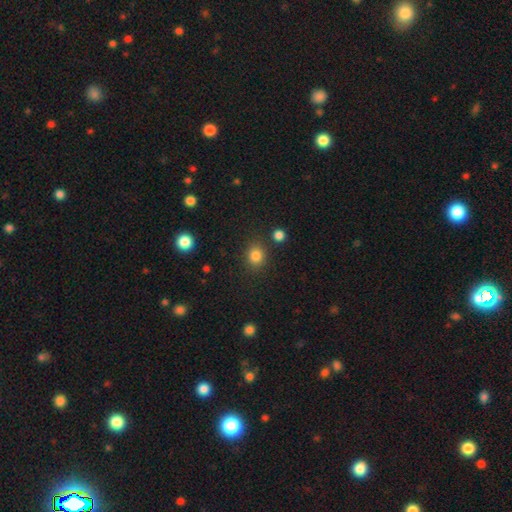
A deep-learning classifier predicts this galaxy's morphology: The model was most divided on "how rounded": round: 77%, in between: 22%, cigar-shaped: 1%. More confident: smooth or featured — smooth (84%); merging — none (83%).